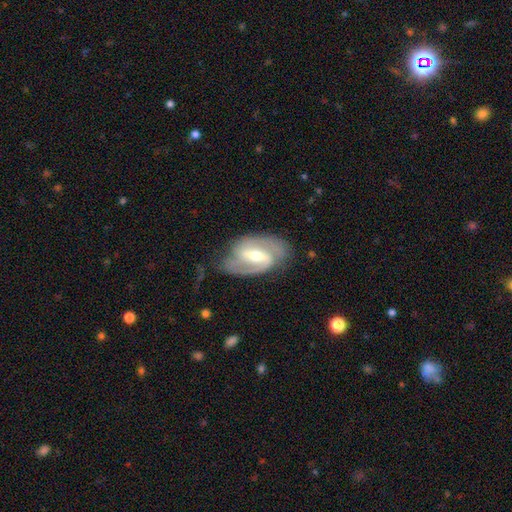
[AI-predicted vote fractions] Morphology: type=featured or disk (87%); edge-on=no (96%); bar=strong (44%); spiral arms=yes (96%); winding=medium (52%); arm count=2 (88%); bulge=moderate (63%); merging=none (71%).